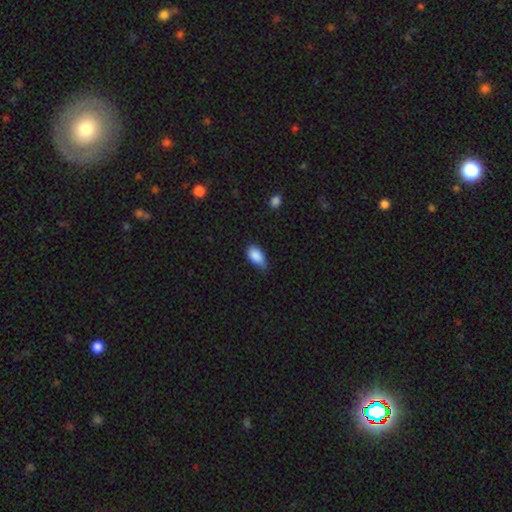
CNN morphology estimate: Smooth or featured? Predicted: smooth (p=0.88). How rounded? Predicted: in between (p=0.92). Merging? Predicted: none (p=0.50).